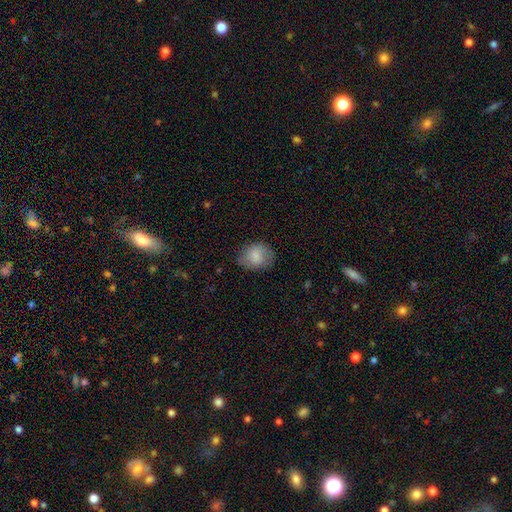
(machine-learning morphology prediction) Smooth or featured? smooth (80%)
How rounded? round (51%)
Merging? none (75%)